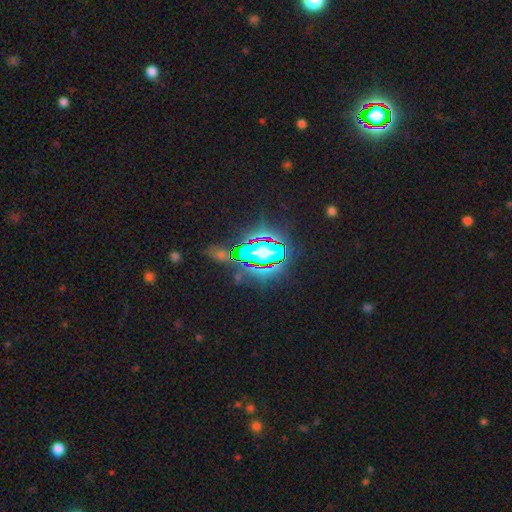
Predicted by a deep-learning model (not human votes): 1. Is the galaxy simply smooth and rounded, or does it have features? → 78% star or artifact, 12% smooth, 10% featured or disk.